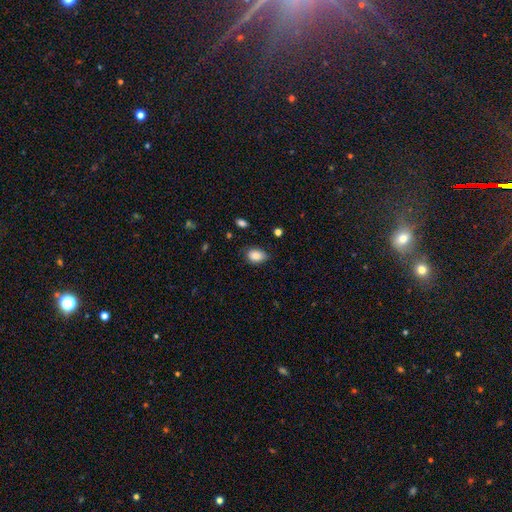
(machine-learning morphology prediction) Overall: smooth (86%). How rounded: in between (84%). Merging: none (77%).